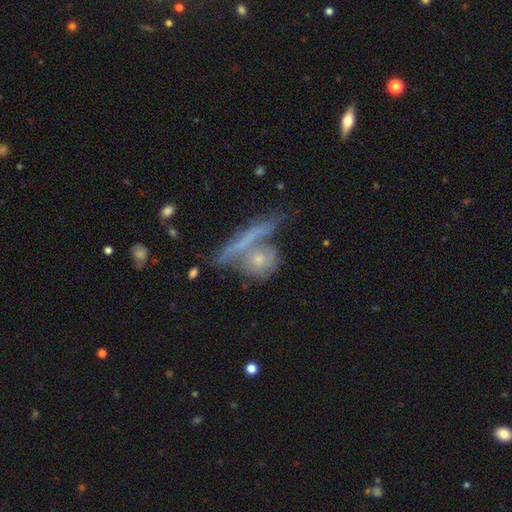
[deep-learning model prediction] The model was most divided on "smooth or featured": featured or disk: 47%, smooth: 42%, star or artifact: 11%. Remaining: merging — none (49%).